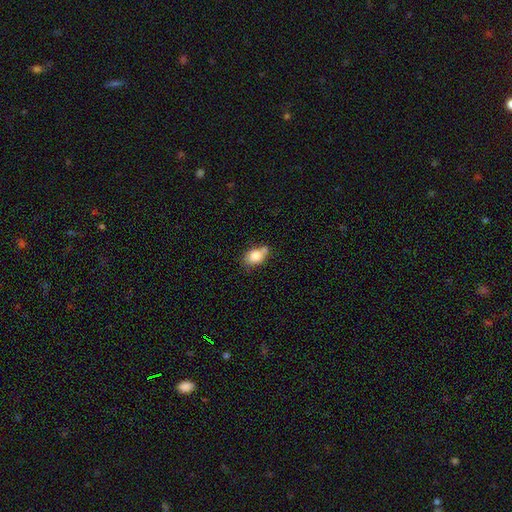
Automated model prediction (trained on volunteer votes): Morphology: type=smooth (82%); roundness=in between (76%); merging=none (48%).